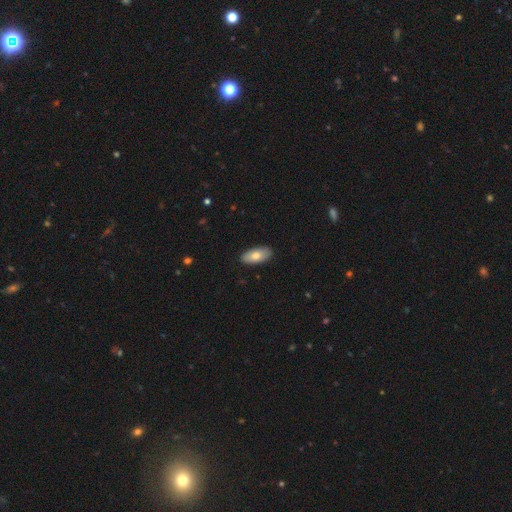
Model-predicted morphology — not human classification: Smooth or featured: smooth — 76% (featured or disk — 18%)
How rounded: in between — 91% (cigar-shaped — 7%)
Merging: none — 89% (minor disturbance — 9%)